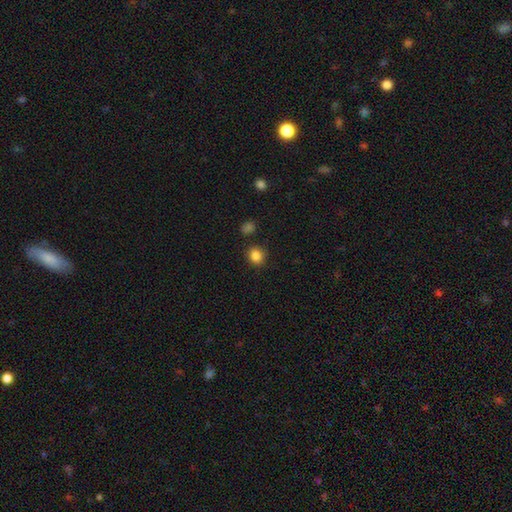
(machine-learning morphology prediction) This appears to be a smooth galaxy with no disk features (86%) that is round (81%). Merging: none (85%).